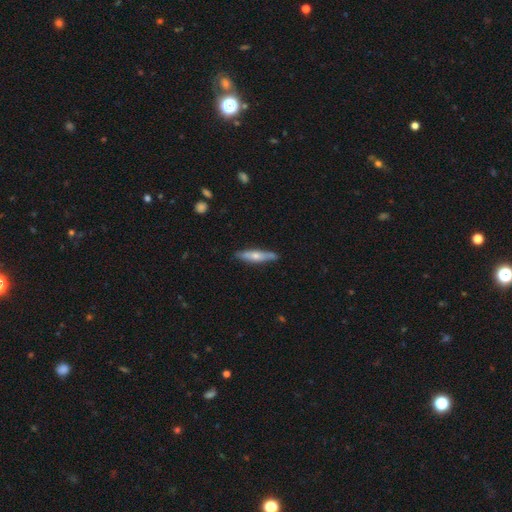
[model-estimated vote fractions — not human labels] Overall: smooth (55%; featured or disk 40%). How rounded: cigar-shaped (82%). Merging: none (82%).